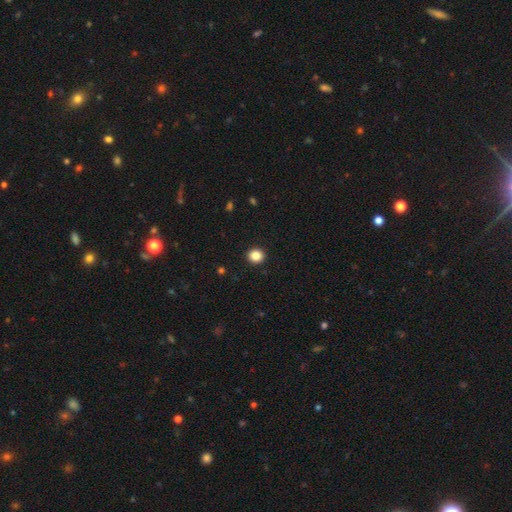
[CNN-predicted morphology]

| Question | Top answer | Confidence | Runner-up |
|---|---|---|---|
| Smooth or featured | smooth | 86% | star or artifact (11%) |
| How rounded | round | 84% | in between (15%) |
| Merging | none | 93% | minor disturbance (5%) |